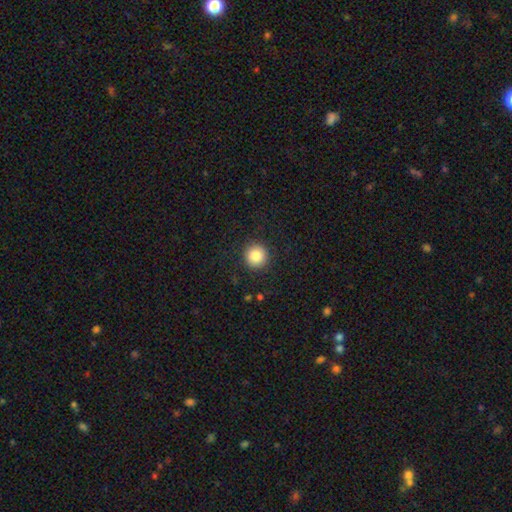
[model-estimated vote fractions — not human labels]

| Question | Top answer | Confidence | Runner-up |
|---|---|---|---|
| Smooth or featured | smooth | 86% | star or artifact (9%) |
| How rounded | round | 94% | in between (5%) |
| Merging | none | 91% | minor disturbance (6%) |